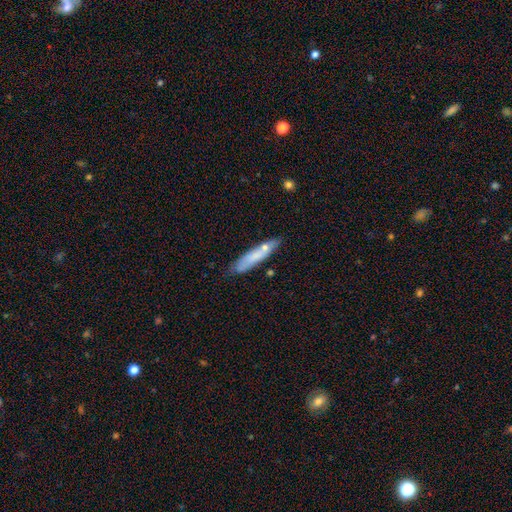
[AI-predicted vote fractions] This appears to be a smooth galaxy with no disk features (70%) that is cigar-shaped (84%). Merging: none (70%).